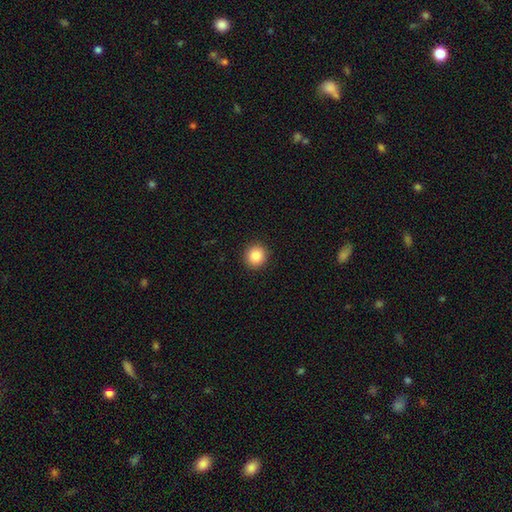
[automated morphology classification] Smooth or featured? Predicted: smooth (p=0.86). How rounded? Predicted: round (p=0.91). Merging? Predicted: none (p=0.92).